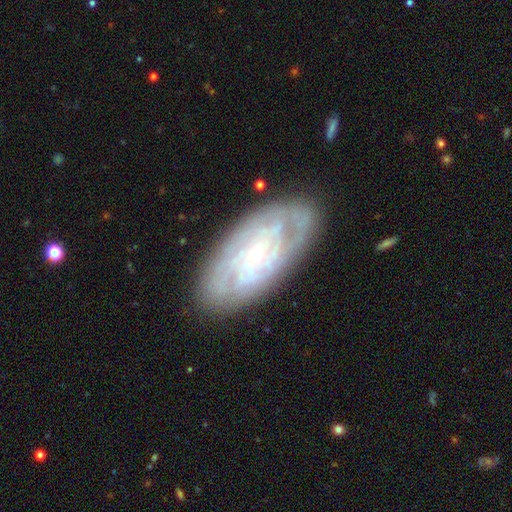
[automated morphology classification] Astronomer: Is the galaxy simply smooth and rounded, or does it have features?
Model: featured or disk — 76%.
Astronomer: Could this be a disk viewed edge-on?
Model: no — 92%.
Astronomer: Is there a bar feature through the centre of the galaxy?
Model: no — 70%.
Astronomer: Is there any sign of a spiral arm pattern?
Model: yes — 83%.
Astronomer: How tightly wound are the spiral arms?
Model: tight — 71%.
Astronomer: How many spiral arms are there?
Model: can't tell — 54%.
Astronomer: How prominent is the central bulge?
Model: small — 83%.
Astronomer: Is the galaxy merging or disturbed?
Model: none — 79%.